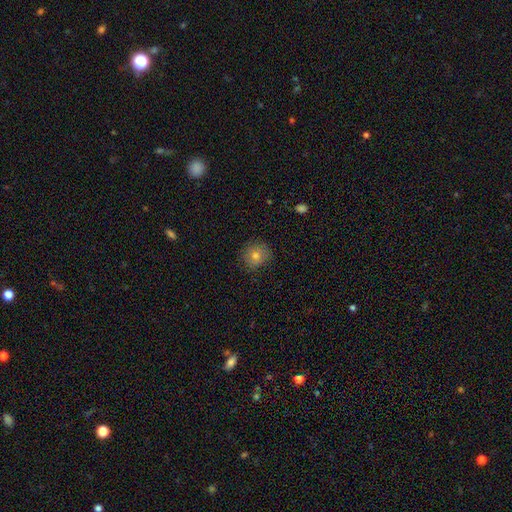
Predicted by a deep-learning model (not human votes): smooth_or_featured: smooth (p=0.74) [alt: star or artifact p=0.13]
how_rounded: round (p=0.88) [alt: in between p=0.11]
merging: none (p=0.85) [alt: minor disturbance p=0.12]